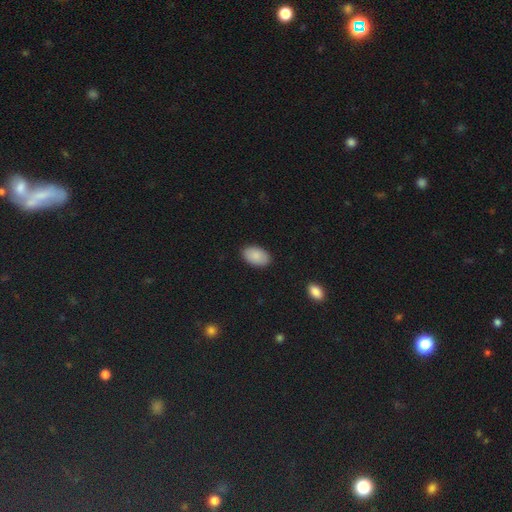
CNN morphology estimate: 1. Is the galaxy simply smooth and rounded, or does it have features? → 89% smooth, 7% star or artifact, 5% featured or disk.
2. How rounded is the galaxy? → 93% in between, 5% round, 1% cigar-shaped.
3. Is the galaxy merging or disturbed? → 88% none, 9% minor disturbance, 2% major disturbance, 1% merger.